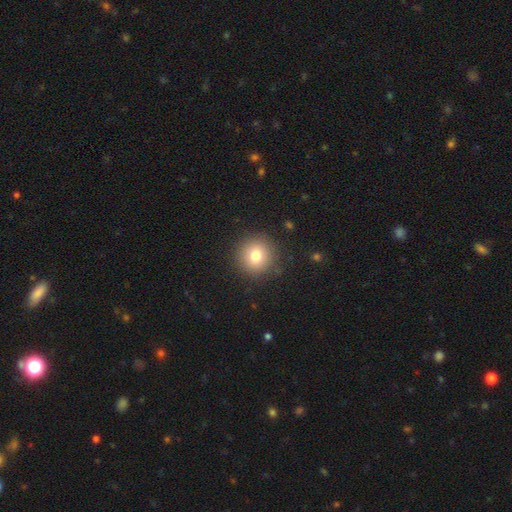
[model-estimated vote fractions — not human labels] This is likely a smooth galaxy (78%). How rounded: clearly round (93%). Merging: clearly none (89%).